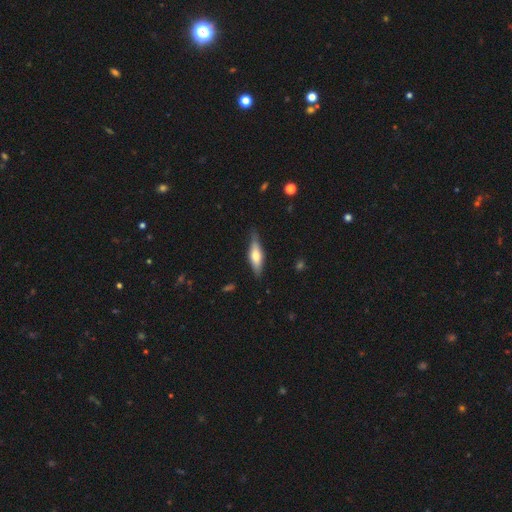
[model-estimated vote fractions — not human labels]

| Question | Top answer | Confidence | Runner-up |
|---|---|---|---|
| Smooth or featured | smooth | 52% | featured or disk (42%) |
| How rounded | cigar-shaped | 53% | in between (44%) |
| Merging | none | 79% | minor disturbance (17%) |